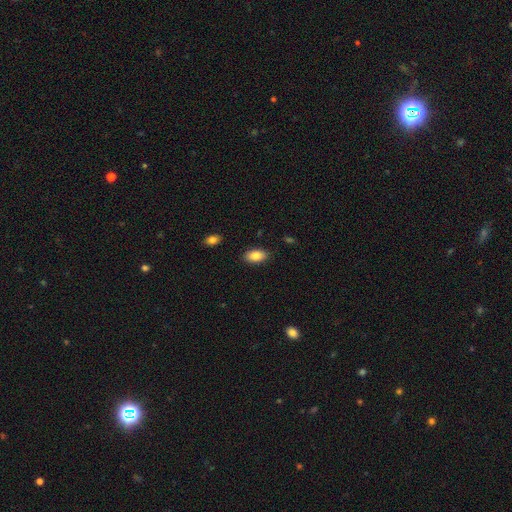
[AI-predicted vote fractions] Smooth or featured?
  - smooth: 85% *
  - featured or disk: 8%
  - star or artifact: 7%
How rounded?
  - in between: 92% *
  - round: 6%
  - cigar-shaped: 2%
Merging?
  - none: 88% *
  - minor disturbance: 9%
  - major disturbance: 2%
  - merger: 1%